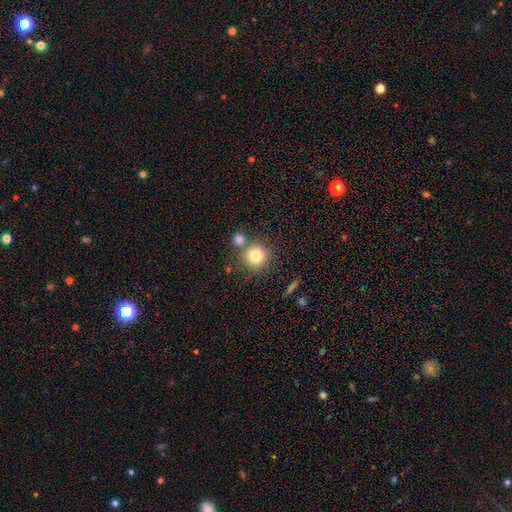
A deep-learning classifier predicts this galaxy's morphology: Q: Smooth or featured?
A: smooth (81%); runner-up: star or artifact (10%)
Q: How rounded?
A: round (91%); runner-up: in between (8%)
Q: Merging?
A: none (66%); runner-up: merger (21%)